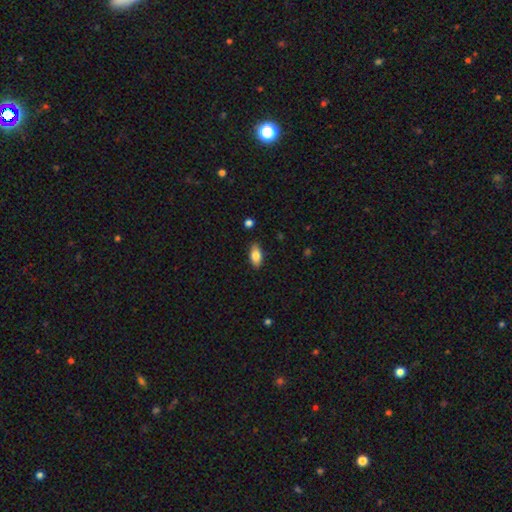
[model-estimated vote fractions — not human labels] A smooth galaxy with no disk features (80%) that is in between round and cigar-shaped (90%). Merging: none (86%).